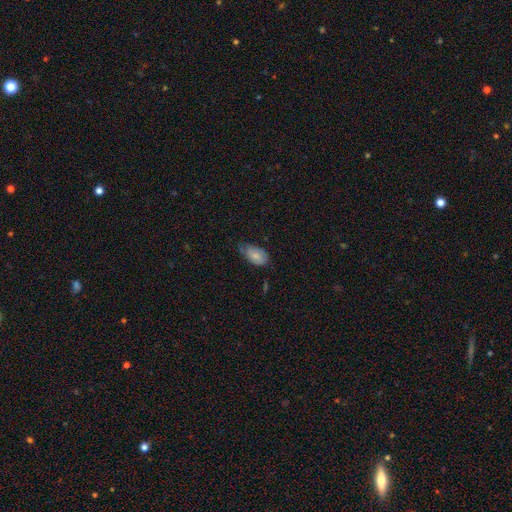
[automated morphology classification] Q: Smooth or featured?
A: smooth (77%); runner-up: featured or disk (17%)
Q: How rounded?
A: in between (92%); runner-up: round (5%)
Q: Merging?
A: none (46%); runner-up: minor disturbance (43%)